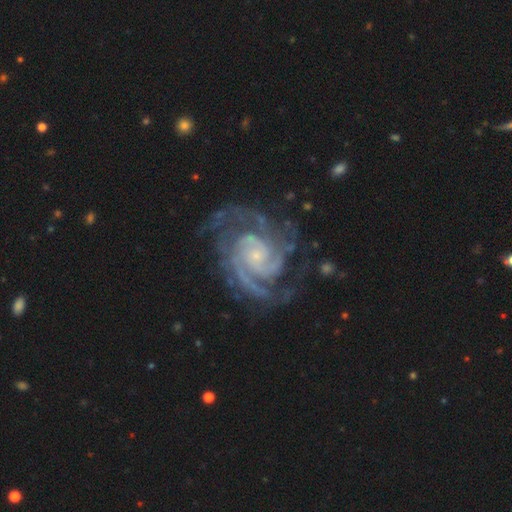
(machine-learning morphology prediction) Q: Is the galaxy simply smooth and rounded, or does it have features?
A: featured or disk — 93%.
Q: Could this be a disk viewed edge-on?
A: no — 98%.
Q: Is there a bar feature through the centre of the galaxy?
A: no — 67%.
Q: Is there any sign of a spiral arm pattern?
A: yes — 99%.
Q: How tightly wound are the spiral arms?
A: tight — 61%.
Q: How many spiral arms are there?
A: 2 — 36%.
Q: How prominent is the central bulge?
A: small — 75%.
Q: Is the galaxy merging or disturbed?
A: none — 71%.